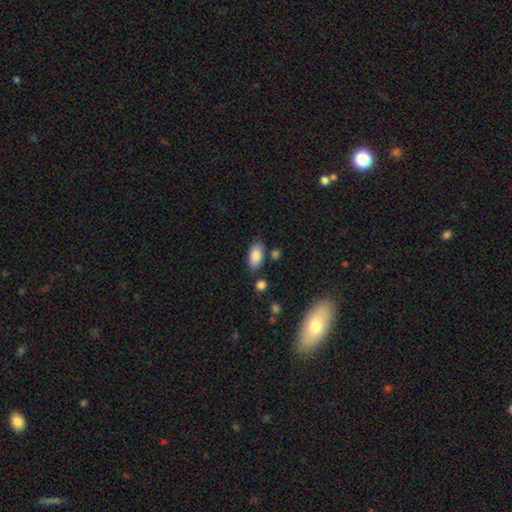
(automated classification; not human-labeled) Overall: smooth (85%). How rounded: in between (92%). Merging: none (75%).